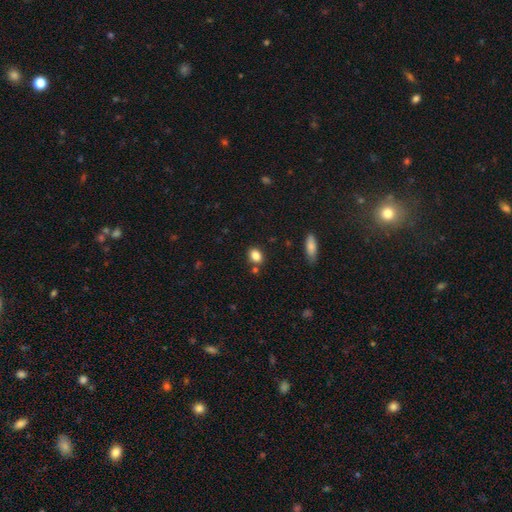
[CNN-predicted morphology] smooth 84%, star or artifact 10%, featured or disk 6%. Down the decision tree: how rounded — in between (59%); merging — none (76%).